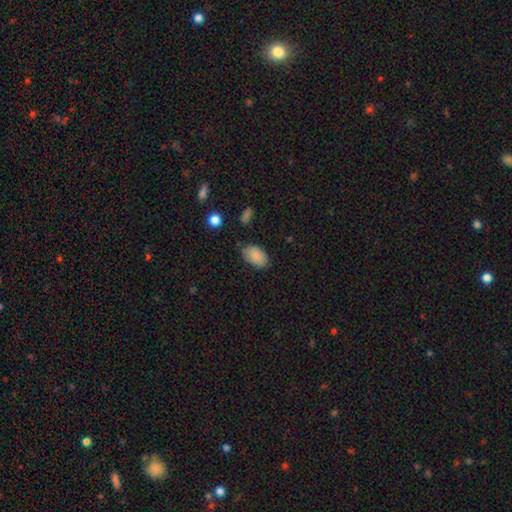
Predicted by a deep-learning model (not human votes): This appears to be a smooth galaxy with no disk features (86%) that is in between round and cigar-shaped (92%). Merging: none (76%).